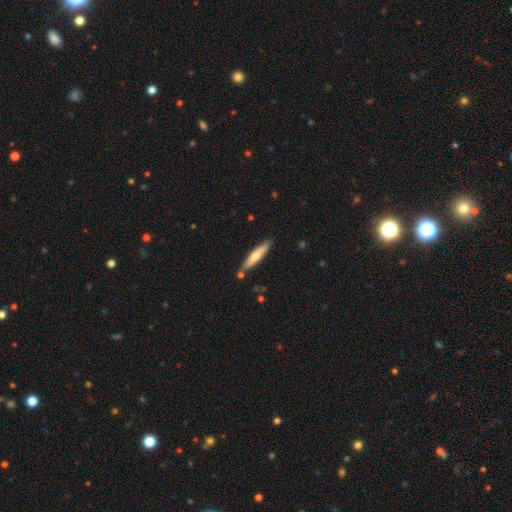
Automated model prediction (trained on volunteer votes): A smooth galaxy with no disk features (68%) that is cigar-shaped (88%). Merging: none (82%).